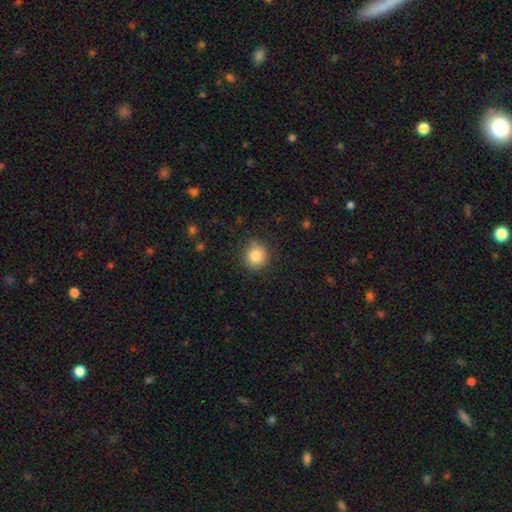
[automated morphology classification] Smooth or featured? Predicted: smooth (p=0.84). How rounded? Predicted: round (p=0.90). Merging? Predicted: none (p=0.82).